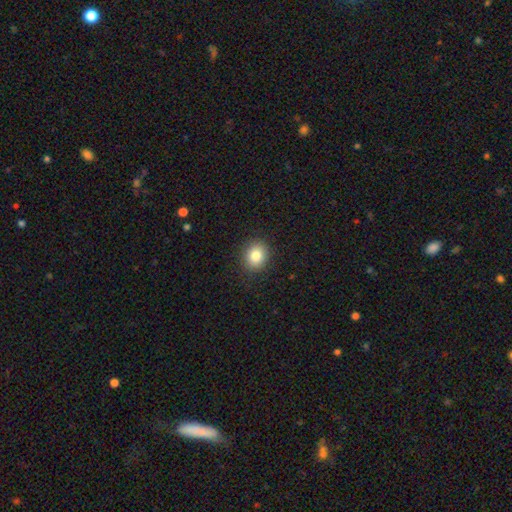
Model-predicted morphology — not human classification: Smooth or featured? smooth (83%)
How rounded? round (68%)
Merging? none (89%)